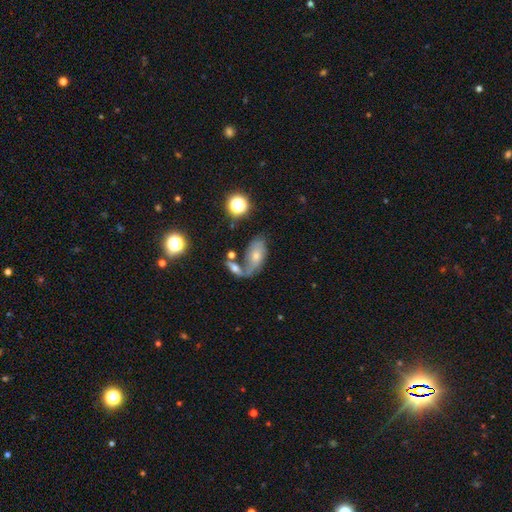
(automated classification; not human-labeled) Smooth or featured? Predicted: smooth (p=0.46). Merging? Predicted: none (p=0.39).